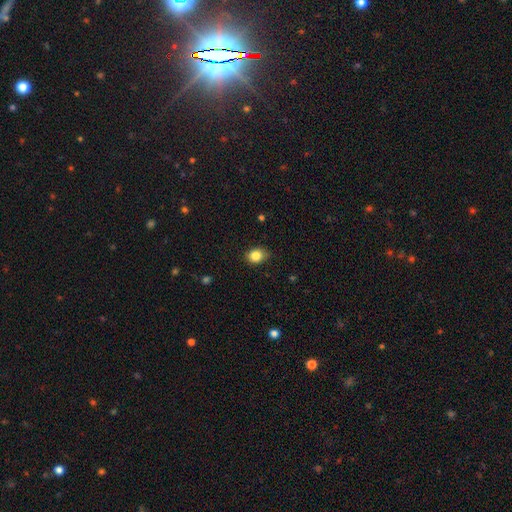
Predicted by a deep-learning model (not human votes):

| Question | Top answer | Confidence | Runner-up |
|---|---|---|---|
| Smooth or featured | smooth | 84% | star or artifact (10%) |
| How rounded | round | 53% | in between (46%) |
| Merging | none | 79% | minor disturbance (17%) |